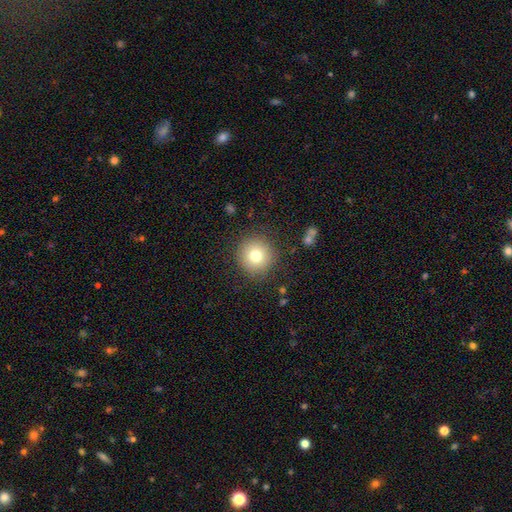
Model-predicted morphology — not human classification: Overall: smooth (77%). How rounded: round (95%). Merging: none (88%).